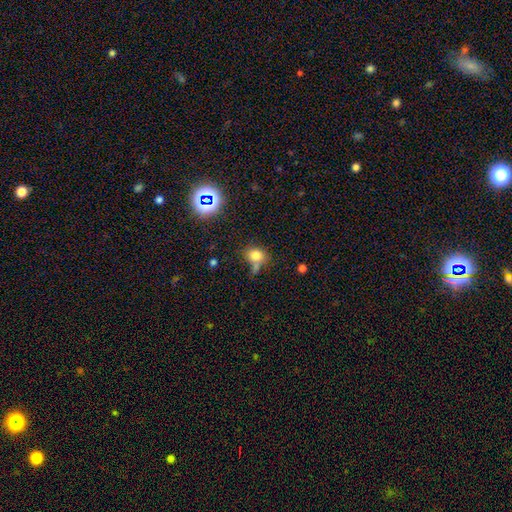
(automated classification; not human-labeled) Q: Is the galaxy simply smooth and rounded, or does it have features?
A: smooth — 76%.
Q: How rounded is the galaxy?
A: round — 50%.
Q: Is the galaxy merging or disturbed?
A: none — 53%.